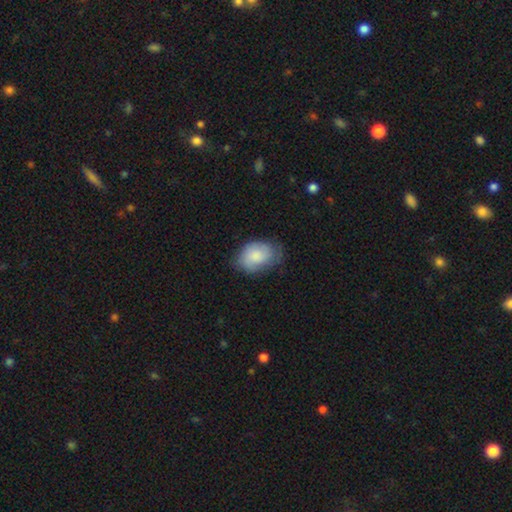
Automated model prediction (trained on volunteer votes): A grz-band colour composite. It shows a smooth galaxy with no disk features (72%) that is in between round and cigar-shaped (74%). Merging: none (58%).